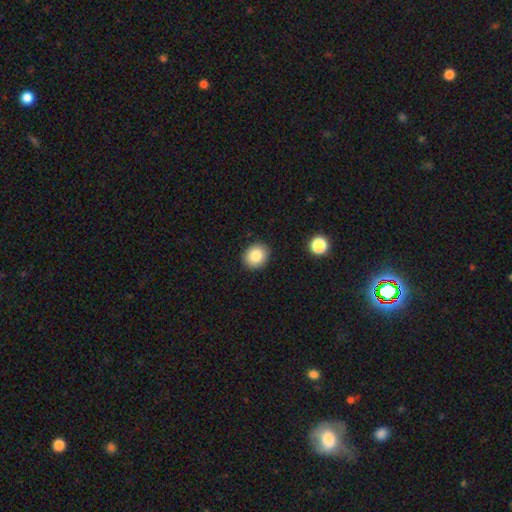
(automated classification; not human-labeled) Overall: smooth (84%). How rounded: round (68%; in between 31%). Merging: none (90%).